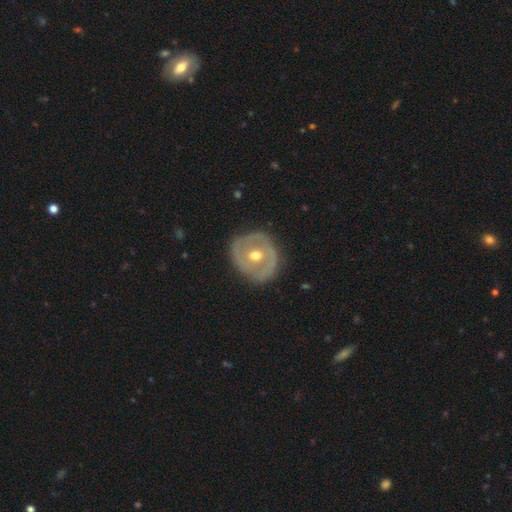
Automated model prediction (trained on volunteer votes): smooth-or-featured: featured or disk: 68% | smooth: 26% | star or artifact: 5%
  disk-edge-on: no: 95% | yes: 5%
    bar: no: 69% | weak: 22% | strong: 9%
    has-spiral-arms: no: 63% | yes: 37%
    bulge-size: moderate: 78% | small: 17% | large: 3% | none: 1% | dominant: 1%
  merging: none: 79% | minor disturbance: 15% | major disturbance: 4% | merger: 1%